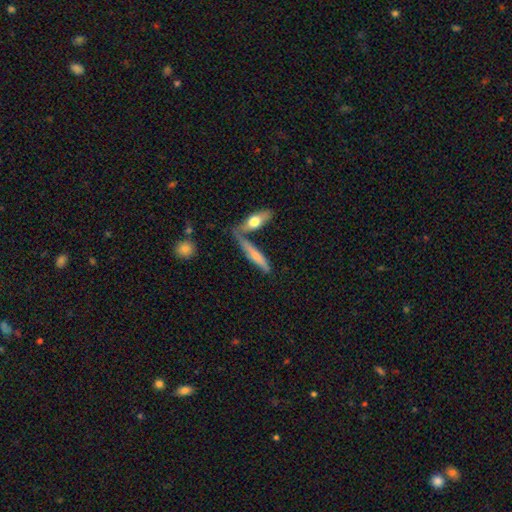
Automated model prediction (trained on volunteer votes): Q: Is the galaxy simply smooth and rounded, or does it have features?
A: smooth — 53%.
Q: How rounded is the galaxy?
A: cigar-shaped — 77%.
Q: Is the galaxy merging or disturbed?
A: none — 52%.